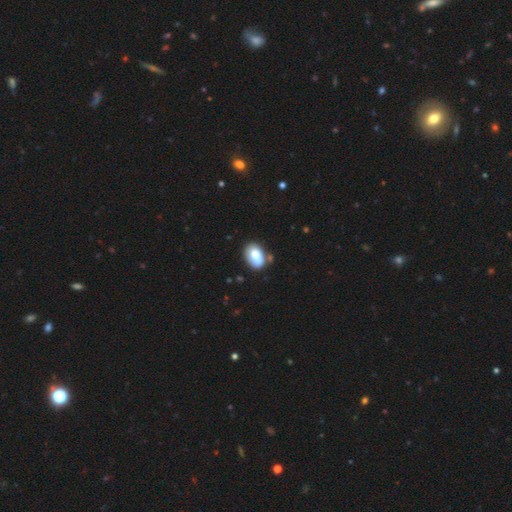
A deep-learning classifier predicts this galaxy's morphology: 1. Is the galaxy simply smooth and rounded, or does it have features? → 79% smooth, 14% featured or disk, 8% star or artifact.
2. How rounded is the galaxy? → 87% in between, 12% round, 1% cigar-shaped.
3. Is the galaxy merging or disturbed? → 62% none, 22% minor disturbance, 10% merger, 6% major disturbance.